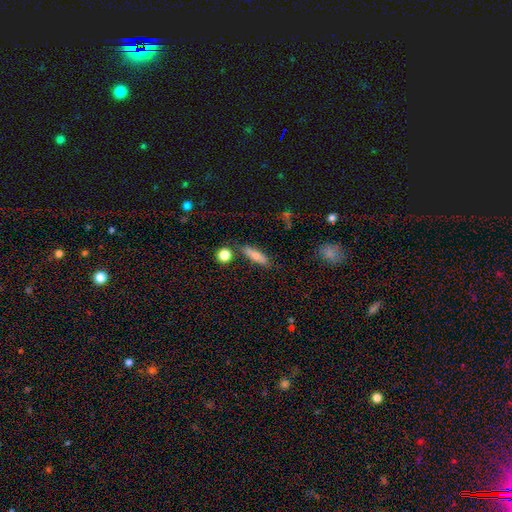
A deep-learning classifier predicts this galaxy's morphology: type=smooth (71%); roundness=cigar-shaped (60%); merging=none (74%).